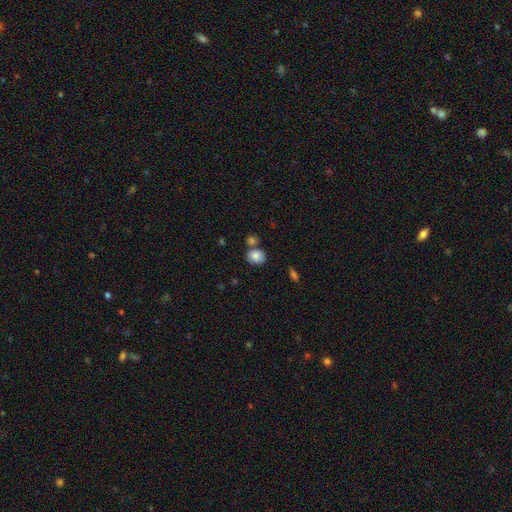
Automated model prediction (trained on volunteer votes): Smooth or featured?
  - smooth: 84% *
  - star or artifact: 8%
  - featured or disk: 7%
How rounded?
  - round: 66% *
  - in between: 33%
  - cigar-shaped: 1%
Merging?
  - none: 63% *
  - merger: 22%
  - minor disturbance: 12%
  - major disturbance: 3%